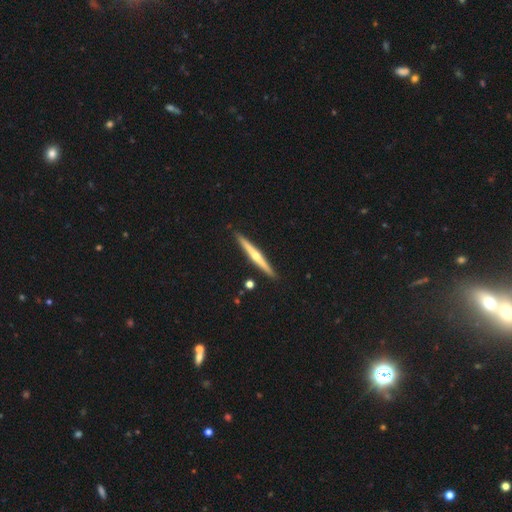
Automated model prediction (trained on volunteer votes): Smooth or featured?
  - featured or disk: 72% *
  - smooth: 23%
  - star or artifact: 5%
Edge-on disk?
  - yes: 98% *
  - no: 2%
Edge-on bulge?
  - rounded: 86% *
  - none: 11%
  - boxy: 3%
Merging?
  - none: 91% *
  - minor disturbance: 6%
  - merger: 2%
  - major disturbance: 1%